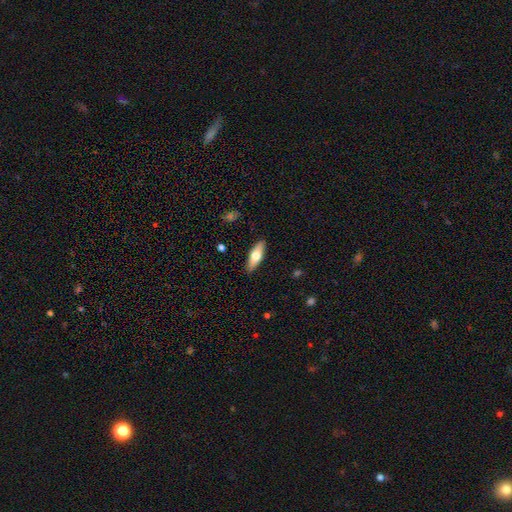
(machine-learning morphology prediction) smooth 61%, featured or disk 34%, star or artifact 6%. Down the decision tree: how rounded — in between (57%); merging — none (89%).